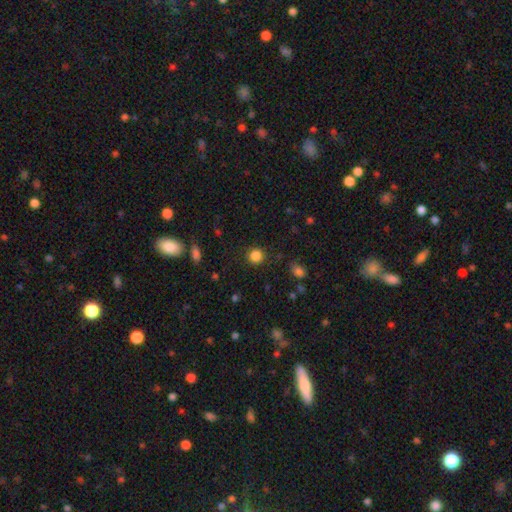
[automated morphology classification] smooth-or-featured: smooth: 84% | star or artifact: 12% | featured or disk: 4%
  how-rounded: round: 90% | in between: 9% | cigar-shaped: 1%
  merging: none: 88% | minor disturbance: 8% | major disturbance: 3% | merger: 2%